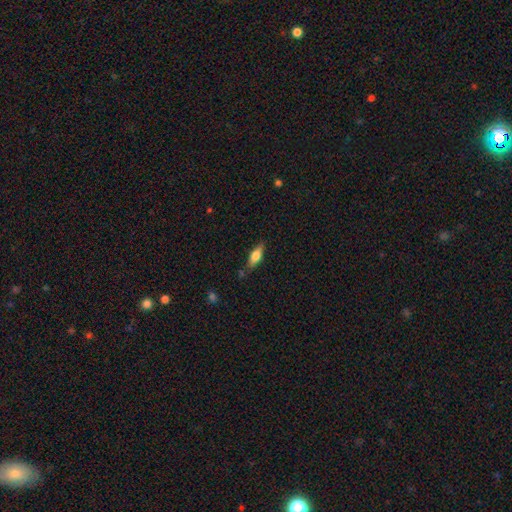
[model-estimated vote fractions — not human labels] smooth 64%, featured or disk 29%, star or artifact 7%. Down the decision tree: how rounded — in between (60%); merging — none (77%).